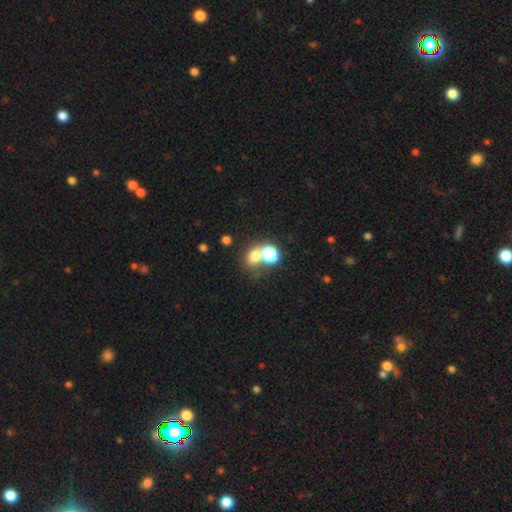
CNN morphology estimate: This appears to be a smooth galaxy with no disk features (68%) that is round (65%). Merging: none (45%).